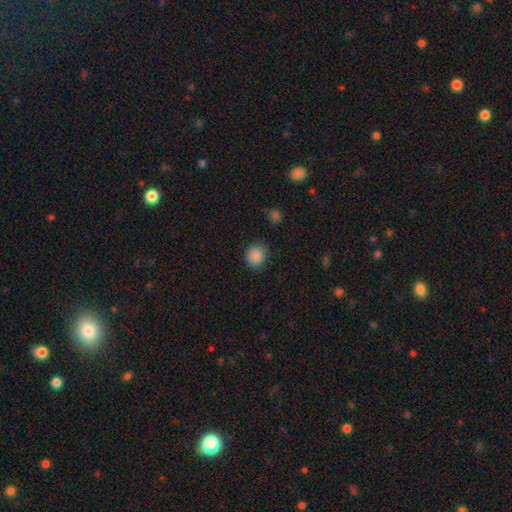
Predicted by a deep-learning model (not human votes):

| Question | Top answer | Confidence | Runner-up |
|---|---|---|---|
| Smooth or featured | smooth | 87% | star or artifact (10%) |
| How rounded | round | 83% | in between (16%) |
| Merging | none | 83% | minor disturbance (13%) |